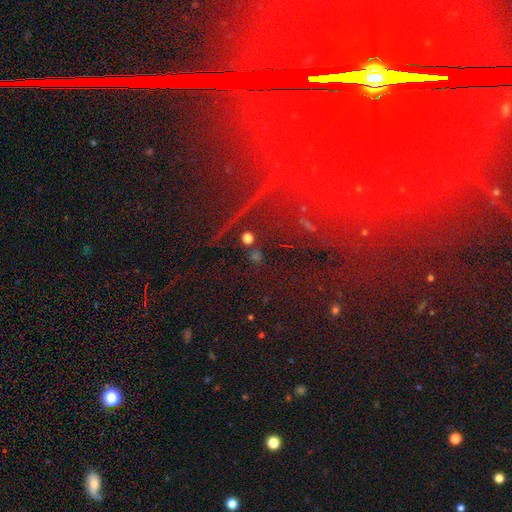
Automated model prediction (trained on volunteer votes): Smooth or featured: star or artifact — 70% (smooth — 17%)